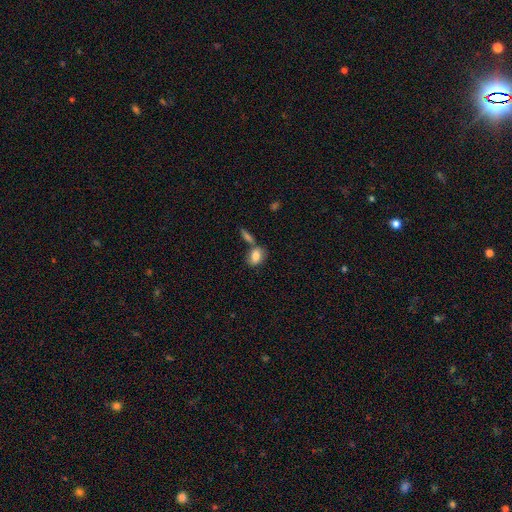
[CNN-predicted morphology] Q: Smooth or featured?
A: smooth (82%); runner-up: featured or disk (10%)
Q: How rounded?
A: in between (79%); runner-up: round (19%)
Q: Merging?
A: none (49%); runner-up: merger (31%)